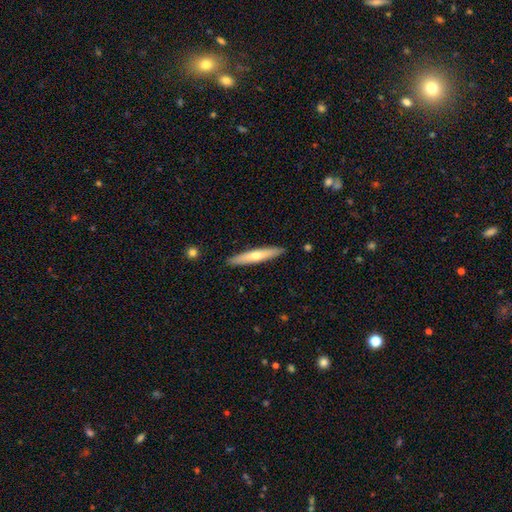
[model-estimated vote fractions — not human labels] Smooth or featured? Predicted: smooth (p=0.54). How rounded? Predicted: cigar-shaped (p=0.91). Merging? Predicted: none (p=0.91).